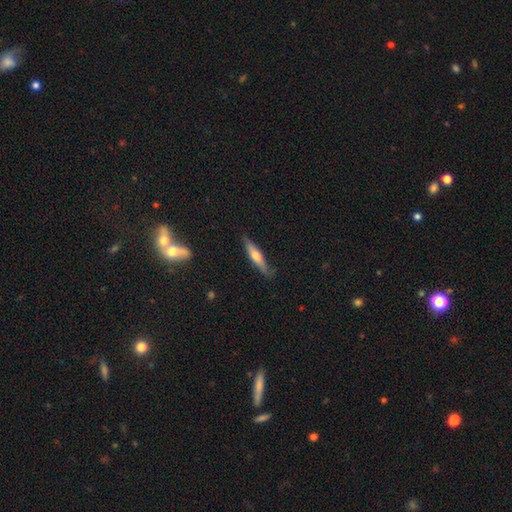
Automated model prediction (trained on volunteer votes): Smooth or featured?
  - smooth: 49% *
  - featured or disk: 45%
  - star or artifact: 6%
Merging?
  - none: 79% *
  - minor disturbance: 16%
  - major disturbance: 3%
  - merger: 2%